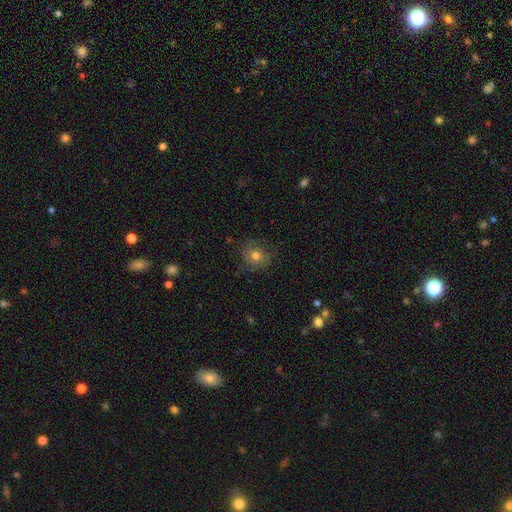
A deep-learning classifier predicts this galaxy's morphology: Overall: smooth (59%; featured or disk 30%). How rounded: round (80%). Merging: none (75%).